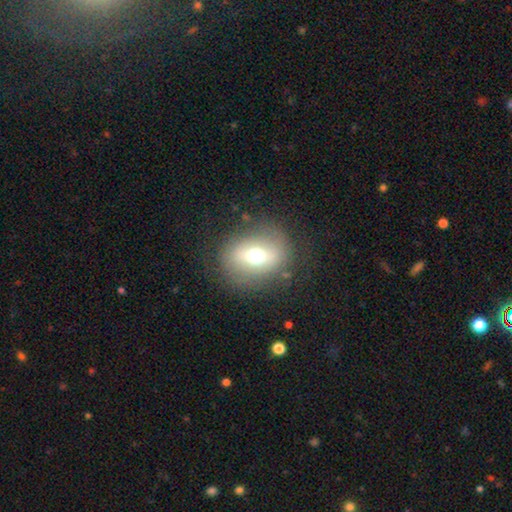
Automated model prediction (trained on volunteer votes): Smooth or featured: smooth — 56% (featured or disk — 32%)
How rounded: round — 61% (in between — 37%)
Merging: none — 79% (minor disturbance — 12%)